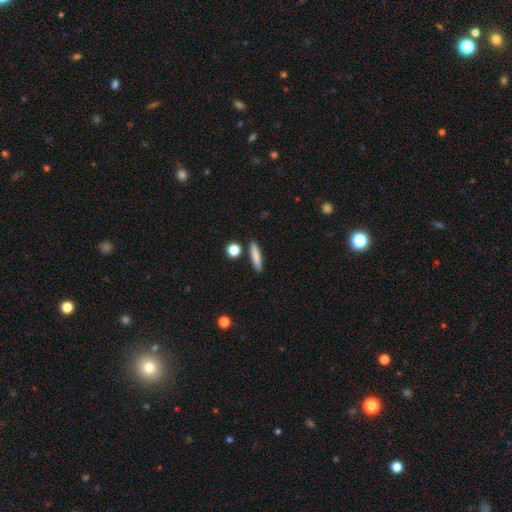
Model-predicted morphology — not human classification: Smooth or featured?
  - smooth: 82% *
  - featured or disk: 11%
  - star or artifact: 7%
How rounded?
  - cigar-shaped: 82% *
  - in between: 13%
  - round: 4%
Merging?
  - none: 87% *
  - minor disturbance: 7%
  - merger: 4%
  - major disturbance: 2%